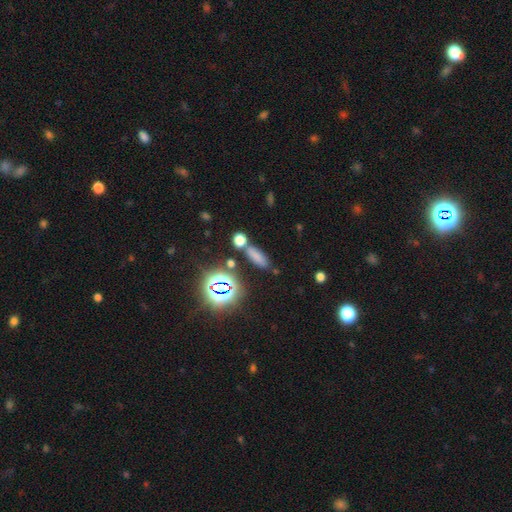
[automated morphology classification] smooth-or-featured: smooth: 68% | star or artifact: 23% | featured or disk: 9%
  how-rounded: in between: 56% | cigar-shaped: 35% | round: 9%
  merging: none: 74% | merger: 11% | minor disturbance: 11% | major disturbance: 4%